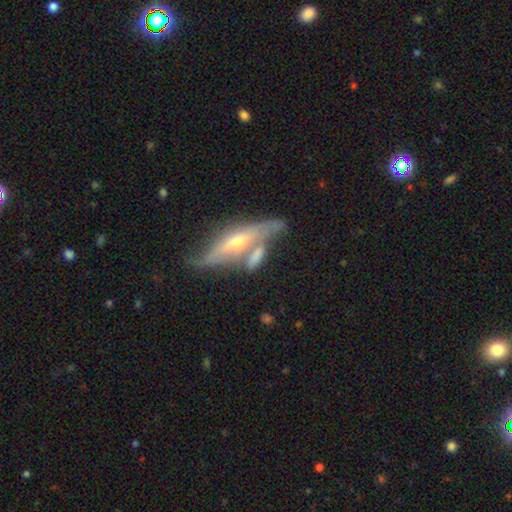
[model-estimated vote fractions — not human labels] A featured or disk galaxy (61%) viewed edge-on (73%). Merging: none (41%).